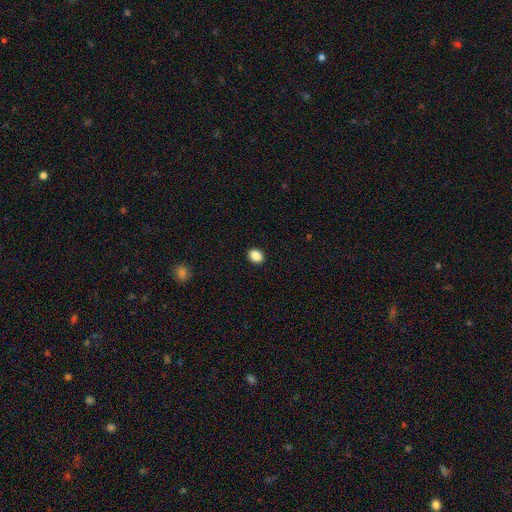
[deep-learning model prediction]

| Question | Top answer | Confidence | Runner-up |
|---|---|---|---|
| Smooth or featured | smooth | 88% | star or artifact (9%) |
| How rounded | in between | 52% | round (47%) |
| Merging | none | 91% | minor disturbance (6%) |